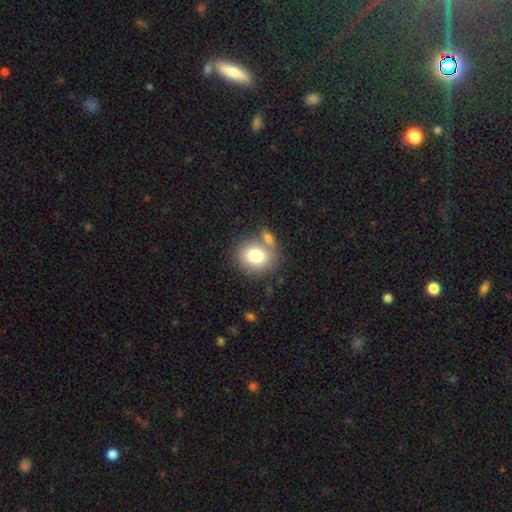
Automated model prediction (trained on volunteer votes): Smooth or featured?
  - smooth: 77% *
  - featured or disk: 14%
  - star or artifact: 9%
How rounded?
  - round: 68% *
  - in between: 31%
  - cigar-shaped: 1%
Merging?
  - none: 59% *
  - merger: 25%
  - minor disturbance: 12%
  - major disturbance: 4%